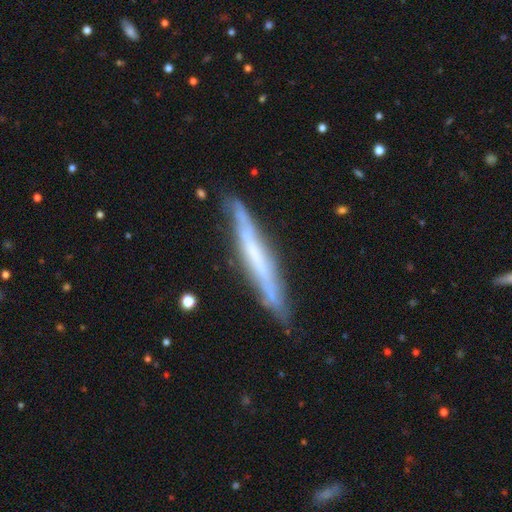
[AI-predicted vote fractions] The model was most divided on "smooth or featured": featured or disk: 64%, smooth: 30%, star or artifact: 7%. More confident: edge-on disk — yes (88%); merging — none (78%); edge-on bulge — none (77%).